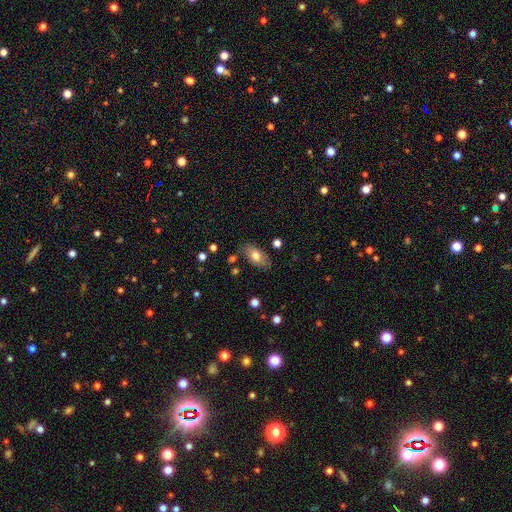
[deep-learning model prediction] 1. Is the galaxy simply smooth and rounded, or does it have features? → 70% smooth, 22% featured or disk, 7% star or artifact.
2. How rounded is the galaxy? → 91% in between, 5% round, 4% cigar-shaped.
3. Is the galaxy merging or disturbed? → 82% none, 13% minor disturbance, 3% major disturbance, 2% merger.